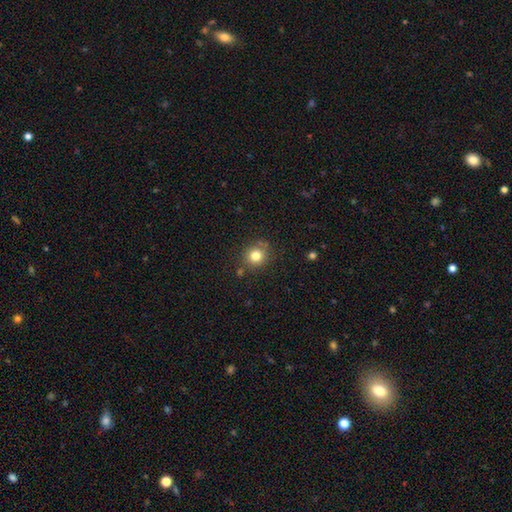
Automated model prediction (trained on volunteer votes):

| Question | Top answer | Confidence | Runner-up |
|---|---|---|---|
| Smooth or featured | smooth | 80% | star or artifact (12%) |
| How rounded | round | 85% | in between (14%) |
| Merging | none | 80% | minor disturbance (12%) |